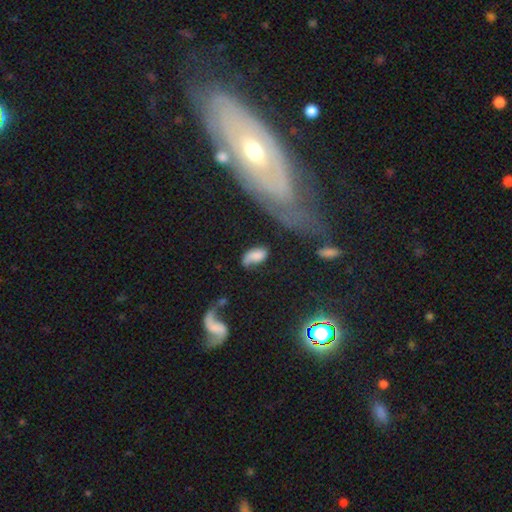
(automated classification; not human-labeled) Smooth or featured? Predicted: smooth (p=0.69). How rounded? Predicted: in between (p=0.92). Merging? Predicted: none (p=0.50).